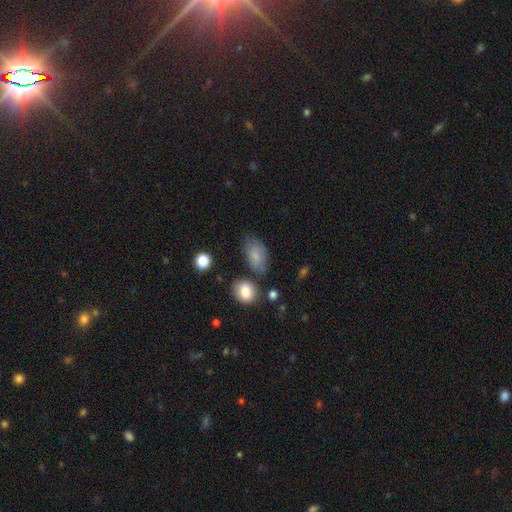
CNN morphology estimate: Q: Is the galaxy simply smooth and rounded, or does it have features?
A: smooth — 79%.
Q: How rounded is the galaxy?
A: in between — 89%.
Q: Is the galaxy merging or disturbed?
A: none — 60%.